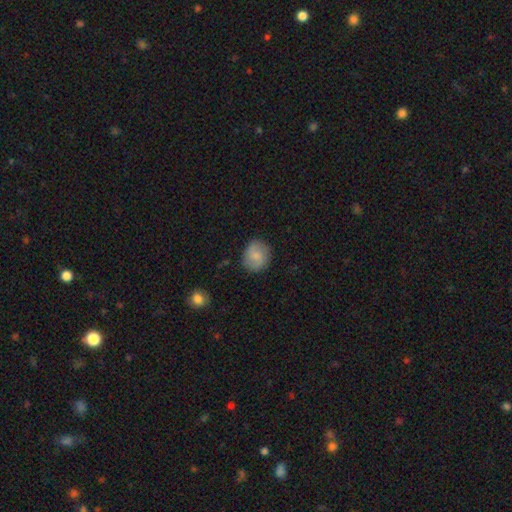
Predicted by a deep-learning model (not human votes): Smooth or featured? smooth (73%)
How rounded? round (74%)
Merging? none (83%)